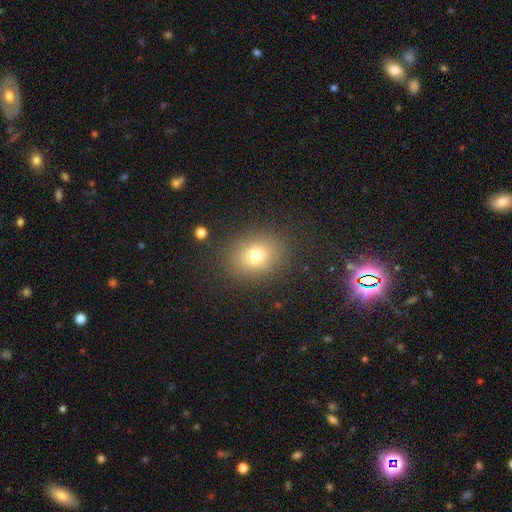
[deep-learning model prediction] The model was most divided on "how rounded": round: 53%, in between: 46%, cigar-shaped: 1%. More confident: merging — none (85%); smooth or featured — smooth (75%).